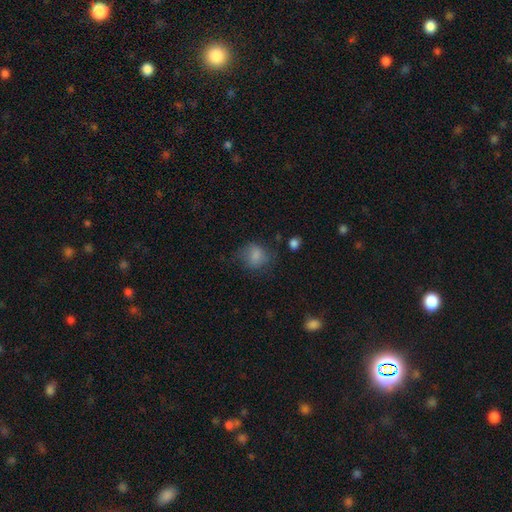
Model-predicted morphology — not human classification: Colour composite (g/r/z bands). It shows a smooth galaxy with no disk features (81%) that is round (66%). Merging: none (63%).